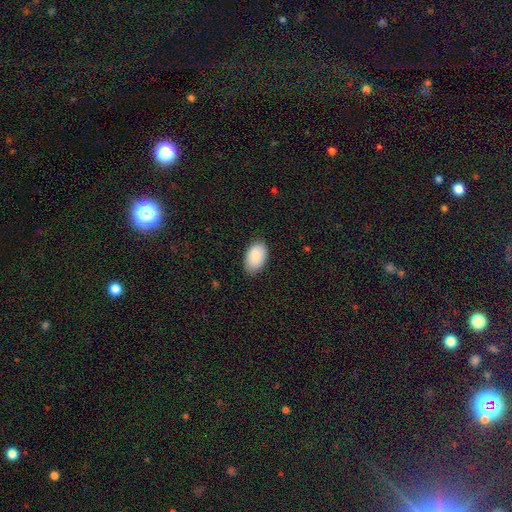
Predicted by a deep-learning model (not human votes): The model was most divided on "merging": none: 84%, minor disturbance: 13%, major disturbance: 2%, merger: 1%. More confident: how rounded — in between (93%); smooth or featured — smooth (90%).